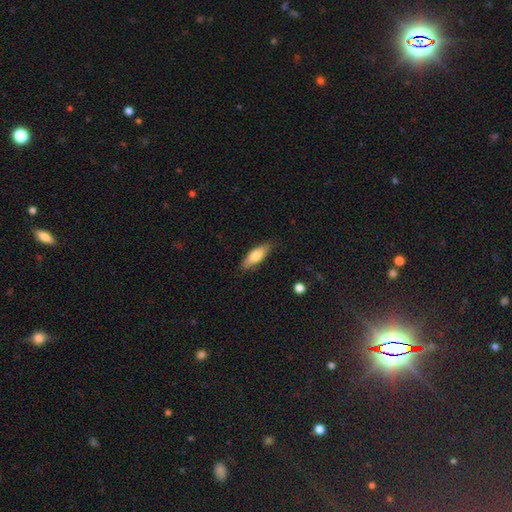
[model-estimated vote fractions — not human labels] Smooth or featured? smooth (73%)
How rounded? in between (58%)
Merging? none (84%)